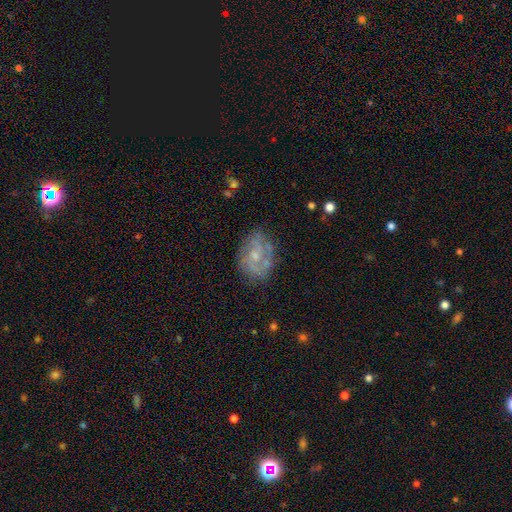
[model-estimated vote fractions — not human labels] This is likely a featured or disk galaxy (65%). It is clearly not viewed edge-on (97%). Bar: likely no (72%). Spiral arm pattern: likely yes (68%). Central bulge: possibly small (54%). Merging: likely none (67%).